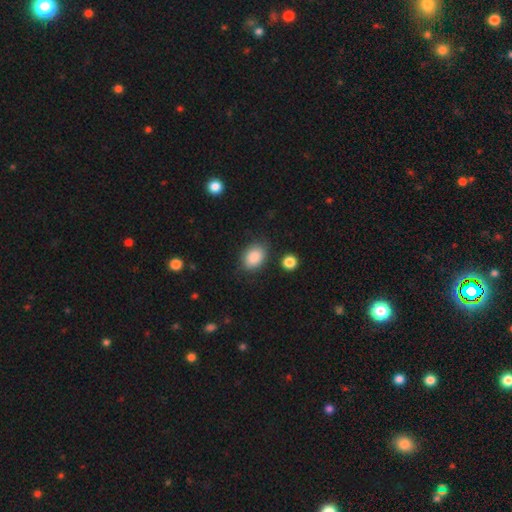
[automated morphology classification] A smooth galaxy with no disk features (88%) that is in between round and cigar-shaped (74%). Merging: none (82%).